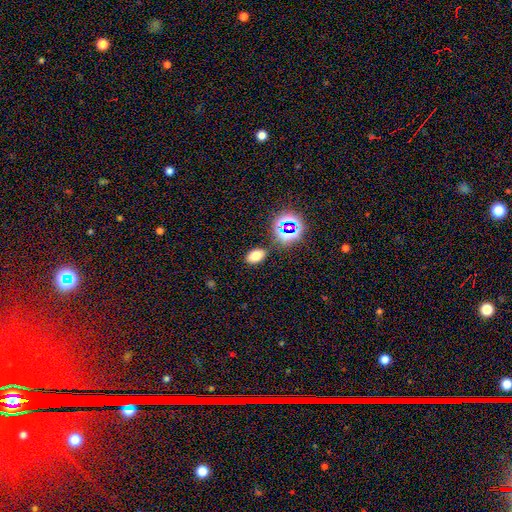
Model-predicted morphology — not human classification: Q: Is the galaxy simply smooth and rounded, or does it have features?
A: smooth — 71%.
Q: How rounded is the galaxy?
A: in between — 87%.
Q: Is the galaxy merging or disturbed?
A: none — 83%.